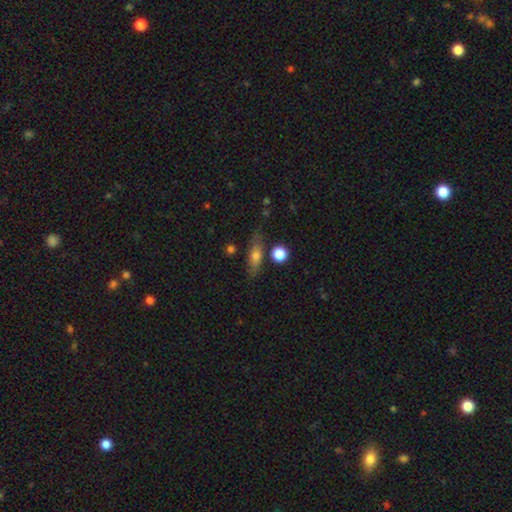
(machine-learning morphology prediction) The model was most divided on "how rounded": in between: 48%, cigar-shaped: 43%, round: 9%. More confident: merging — none (74%); smooth or featured — smooth (65%).